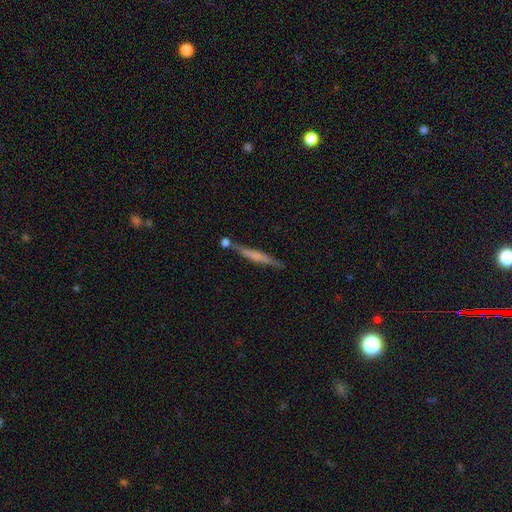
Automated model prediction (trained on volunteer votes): Smooth or featured?
  - featured or disk: 47% *
  - smooth: 46%
  - star or artifact: 7%
Merging?
  - none: 70% *
  - minor disturbance: 14%
  - merger: 12%
  - major disturbance: 4%